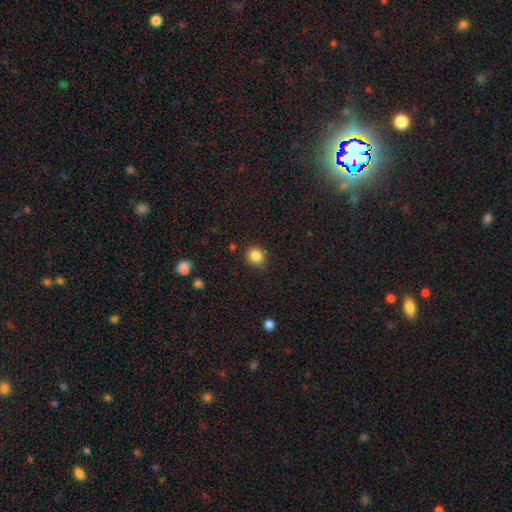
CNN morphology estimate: Q: Smooth or featured?
A: smooth (86%); runner-up: star or artifact (10%)
Q: How rounded?
A: round (82%); runner-up: in between (18%)
Q: Merging?
A: none (85%); runner-up: minor disturbance (10%)